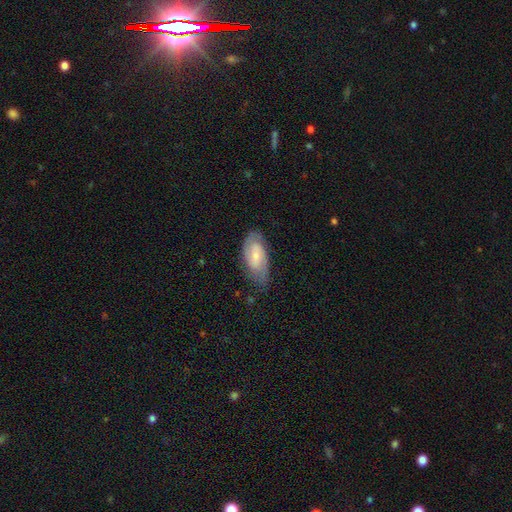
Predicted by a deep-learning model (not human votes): The model was most divided on "bar": weak: 48%, no: 36%, strong: 16%. More confident: edge-on disk — no (93%); spiral arms — yes (86%); merging — none (68%); smooth or featured — featured or disk (56%); bulge size — small (54%).